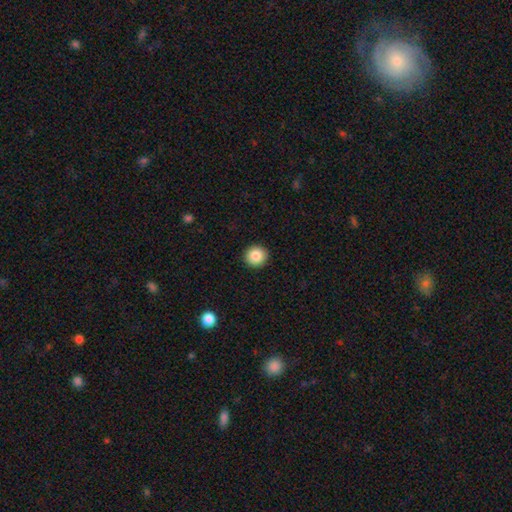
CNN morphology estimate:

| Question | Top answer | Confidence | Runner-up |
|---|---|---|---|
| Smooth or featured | smooth | 86% | star or artifact (9%) |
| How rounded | round | 94% | in between (5%) |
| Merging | none | 93% | minor disturbance (4%) |